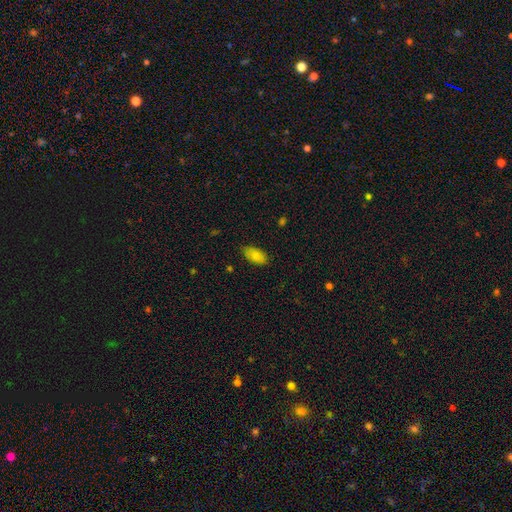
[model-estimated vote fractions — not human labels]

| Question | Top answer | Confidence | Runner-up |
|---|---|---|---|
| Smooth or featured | smooth | 80% | featured or disk (13%) |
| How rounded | in between | 93% | round (4%) |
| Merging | none | 82% | minor disturbance (14%) |